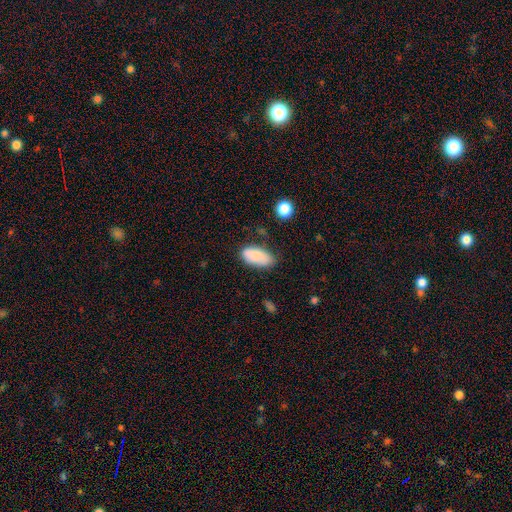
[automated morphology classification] Smooth or featured? Predicted: smooth (p=0.80). How rounded? Predicted: in between (p=0.93). Merging? Predicted: none (p=0.64).